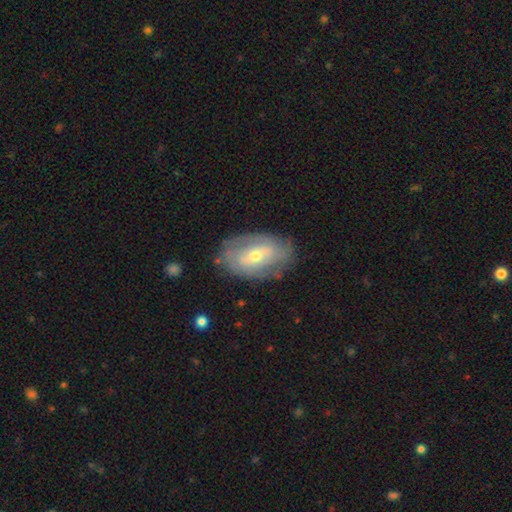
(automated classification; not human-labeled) This appears to be a featured or disk galaxy (64%) with no bar (40%, tied with weak), spiral arms (62%) and a moderate central bulge (49%). Merging: none (75%).